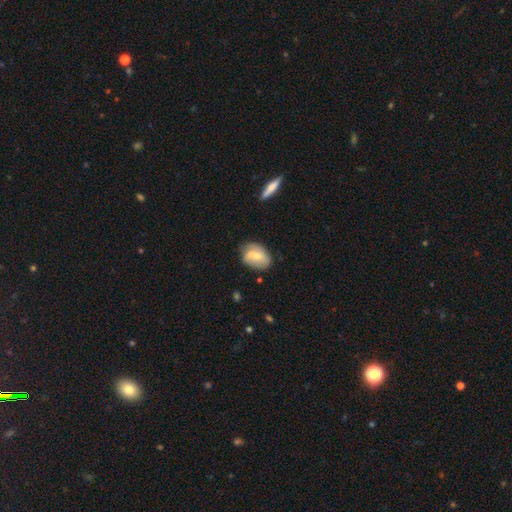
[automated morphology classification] Overall: smooth (49%; featured or disk 44%). Merging: none (55%; minor disturbance 28%).